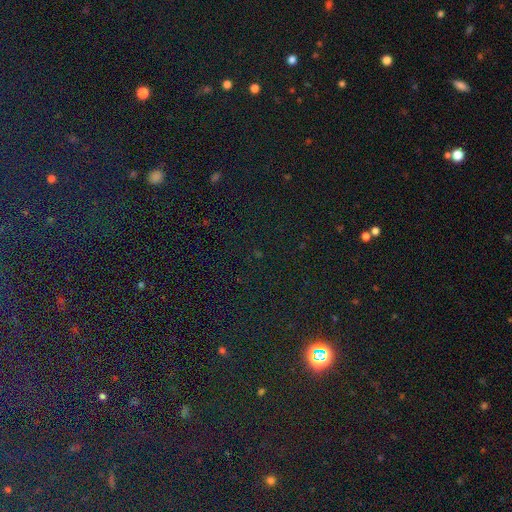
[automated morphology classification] A star or artifact, not a galaxy (79%).